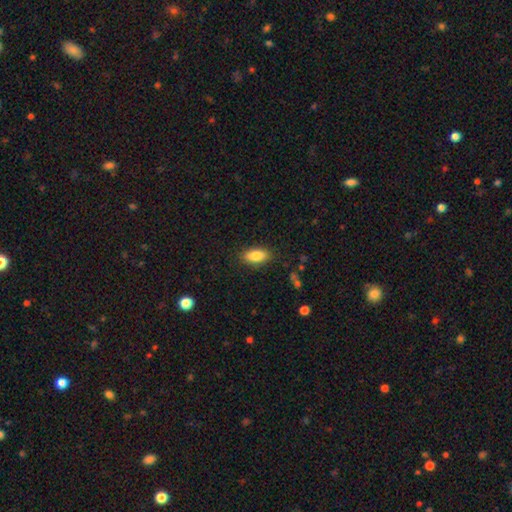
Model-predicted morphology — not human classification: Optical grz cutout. It shows a smooth galaxy with no disk features (87%) that is in between round and cigar-shaped (87%). Merging: none (87%).